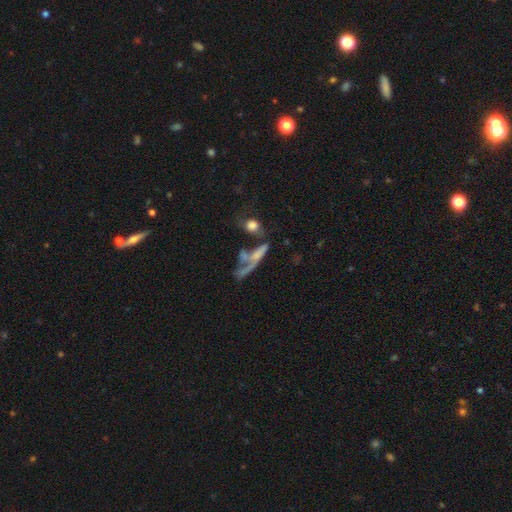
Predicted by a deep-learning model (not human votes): A featured or disk galaxy (47%).

Vote fractions:
- Smooth or featured? featured or disk: 47% / smooth: 38% / star or artifact: 15%
- Merging? merger: 40% / none: 25% / major disturbance: 24% / minor disturbance: 12%